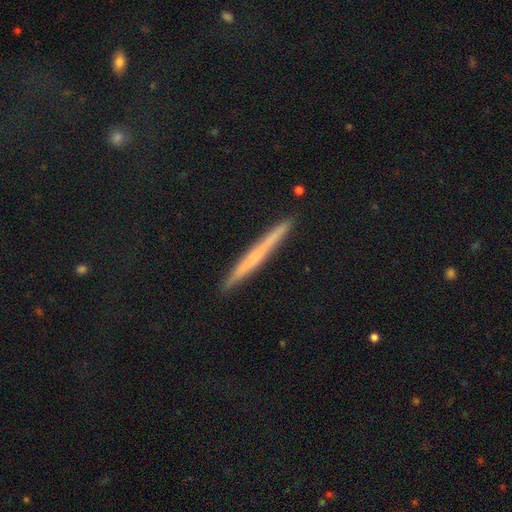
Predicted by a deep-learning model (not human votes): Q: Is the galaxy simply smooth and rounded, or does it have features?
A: smooth — 46%.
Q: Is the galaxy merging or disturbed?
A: none — 92%.